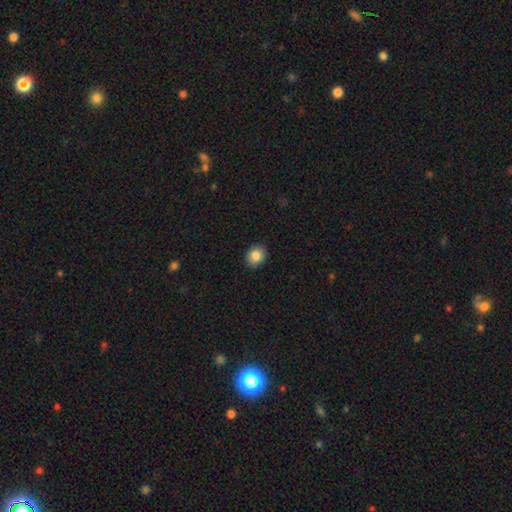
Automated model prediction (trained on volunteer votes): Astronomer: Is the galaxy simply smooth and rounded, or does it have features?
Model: smooth — 86%.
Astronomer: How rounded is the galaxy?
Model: round — 65%.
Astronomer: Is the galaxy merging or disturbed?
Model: none — 90%.